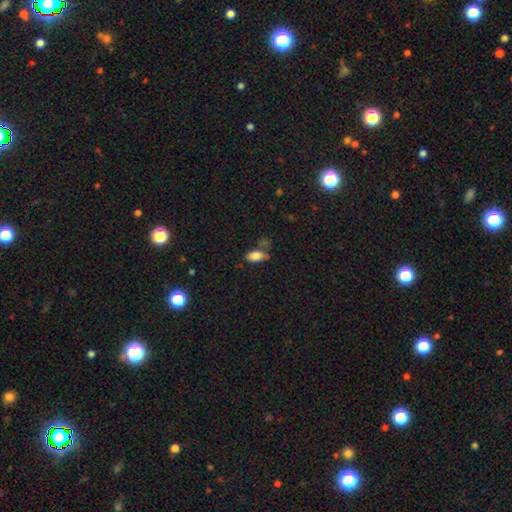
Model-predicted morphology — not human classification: smooth_or_featured: smooth (p=0.83) [alt: star or artifact p=0.10]
how_rounded: in between (p=0.92) [alt: round p=0.04]
merging: none (p=0.55) [alt: minor disturbance p=0.21]